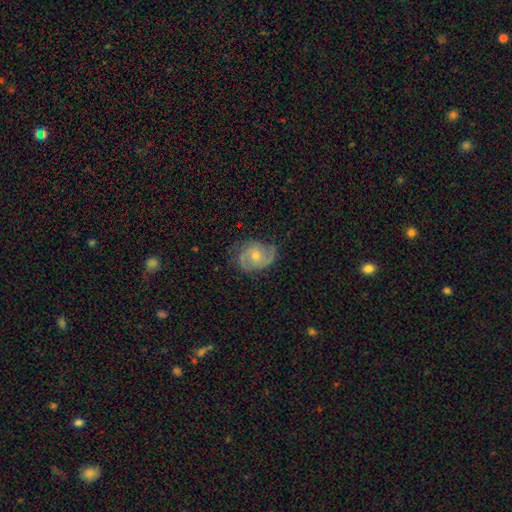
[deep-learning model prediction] featured or disk 81%, smooth 12%, star or artifact 7%. Down the decision tree: edge-on disk — no (97%); bar — no (69%); spiral arms — yes (96%); spiral arm count — 2 (72%); spiral winding — medium (46%); bulge size — small (48%, tied with moderate); merging — none (73%).